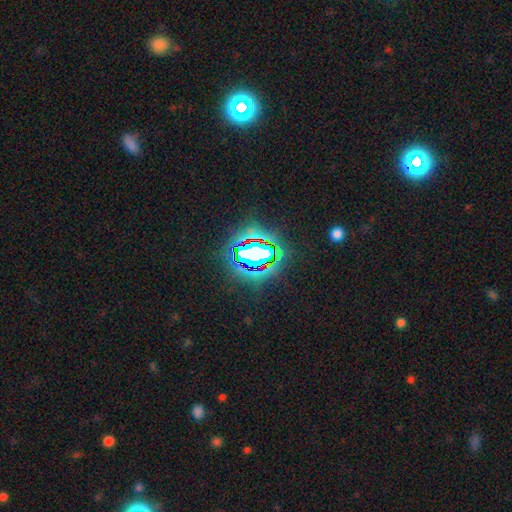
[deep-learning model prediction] Smooth or featured: star or artifact — 75% (smooth — 14%)